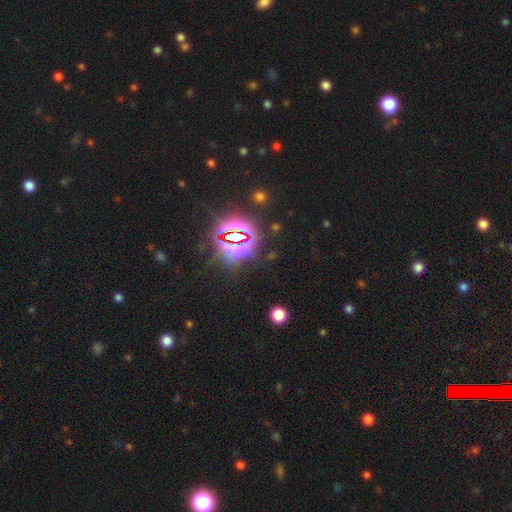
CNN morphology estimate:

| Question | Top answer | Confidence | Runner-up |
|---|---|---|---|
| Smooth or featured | star or artifact | 83% | smooth (11%) |